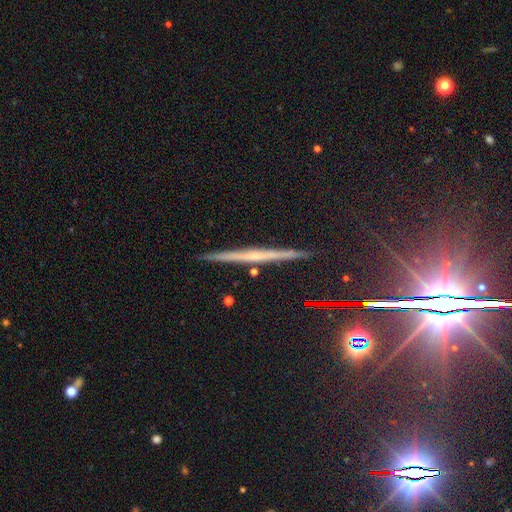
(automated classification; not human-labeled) Smooth or featured?
  - featured or disk: 62% *
  - smooth: 22%
  - star or artifact: 16%
Edge-on disk?
  - yes: 97% *
  - no: 3%
Edge-on bulge?
  - none: 63% *
  - rounded: 29%
  - boxy: 8%
Merging?
  - none: 90% *
  - minor disturbance: 7%
  - merger: 1%
  - major disturbance: 1%